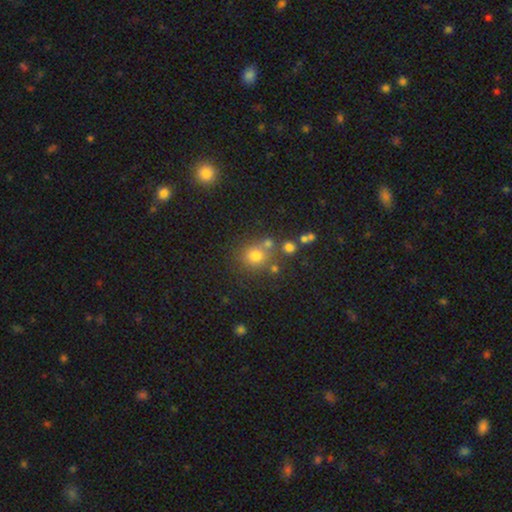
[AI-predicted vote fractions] Overall: smooth (73%). How rounded: round (83%). Merging: none (64%).